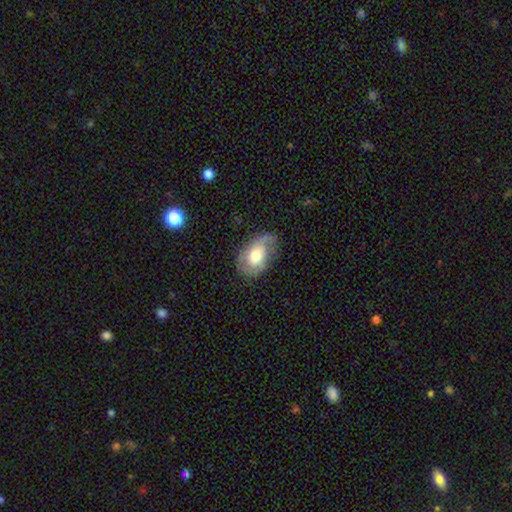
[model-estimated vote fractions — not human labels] Q: Smooth or featured?
A: smooth (50%); runner-up: featured or disk (43%)
Q: Merging?
A: none (54%); runner-up: minor disturbance (30%)